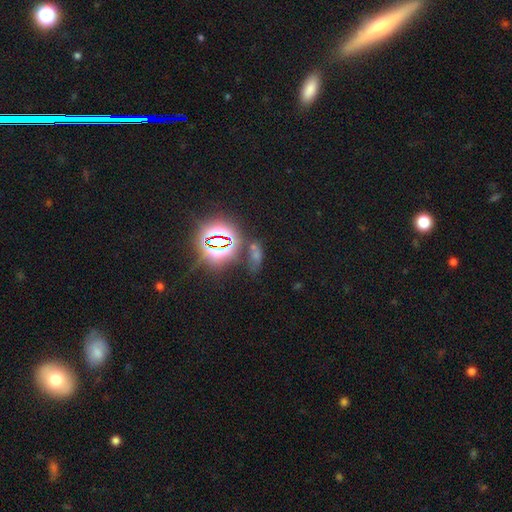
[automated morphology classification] Smooth or featured? Predicted: star or artifact (p=0.59).